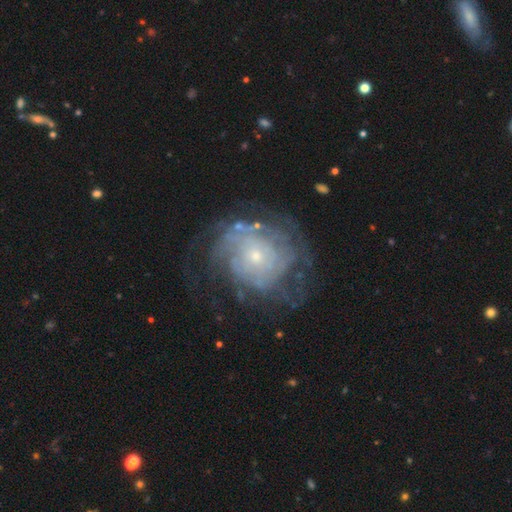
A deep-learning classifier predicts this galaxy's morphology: Smooth or featured?
  - featured or disk: 78% *
  - smooth: 14%
  - star or artifact: 8%
Edge-on disk?
  - no: 97% *
  - yes: 3%
Bar?
  - no: 82% *
  - weak: 15%
  - strong: 3%
Spiral arms?
  - yes: 82% *
  - no: 18%
Spiral winding?
  - tight: 68% *
  - medium: 23%
  - loose: 9%
Spiral arm count?
  - can't tell: 54% *
  - 2: 12%
  - 4: 10%
  - 3: 10%
  - more than 4: 9%
  - 1: 5%
Bulge size?
  - small: 74% *
  - moderate: 21%
  - large: 2%
  - none: 2%
  - dominant: 1%
Merging?
  - none: 62% *
  - minor disturbance: 19%
  - major disturbance: 17%
  - merger: 2%